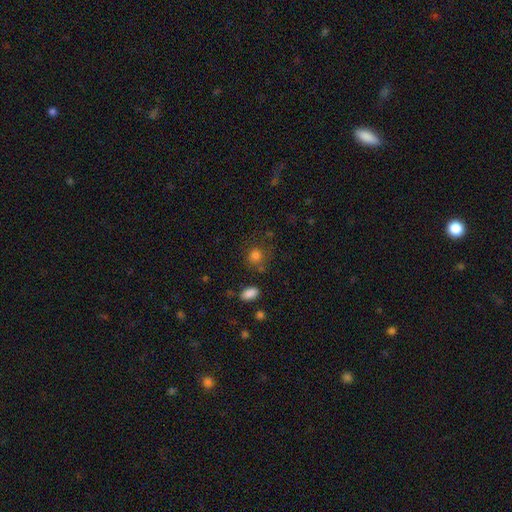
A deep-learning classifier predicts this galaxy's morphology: Smooth or featured? smooth (79%)
How rounded? round (78%)
Merging? none (66%)